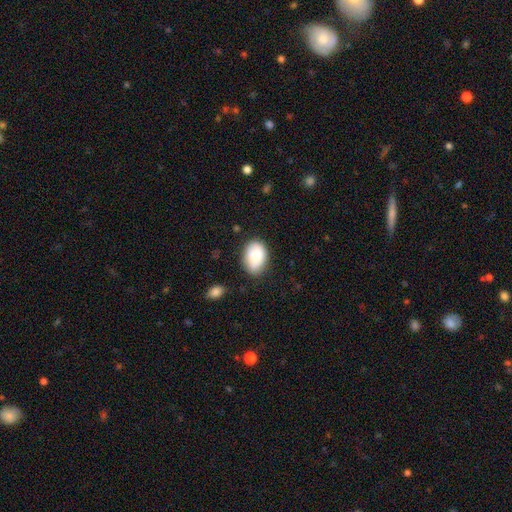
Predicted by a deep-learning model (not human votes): smooth 84%, featured or disk 9%, star or artifact 7%. Down the decision tree: how rounded — in between (85%); merging — none (75%).